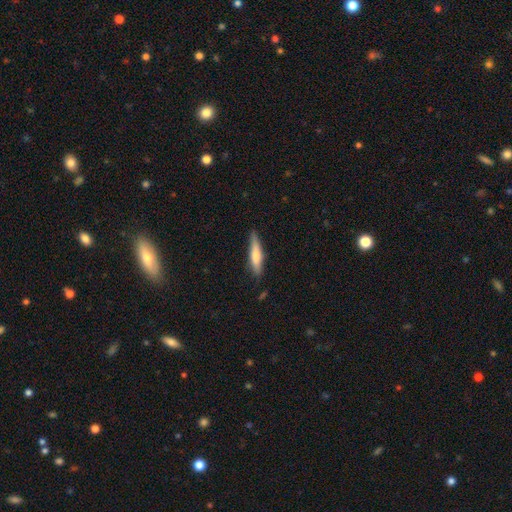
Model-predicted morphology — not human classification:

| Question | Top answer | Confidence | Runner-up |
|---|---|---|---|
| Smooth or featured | smooth | 63% | featured or disk (32%) |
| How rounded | cigar-shaped | 83% | in between (16%) |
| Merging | none | 81% | minor disturbance (15%) |